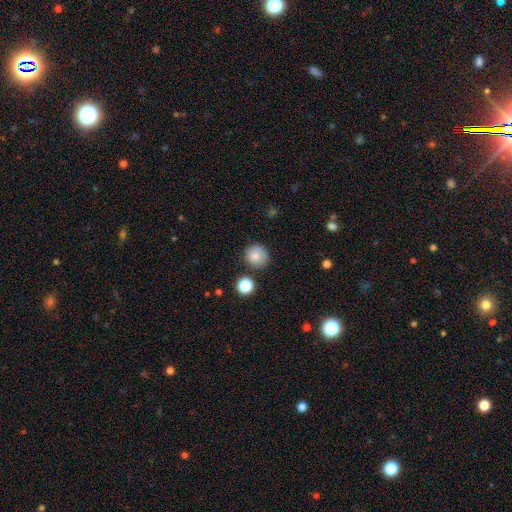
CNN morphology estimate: This appears to be a smooth galaxy with no disk features (83%) that is round (92%). Merging: none (82%).